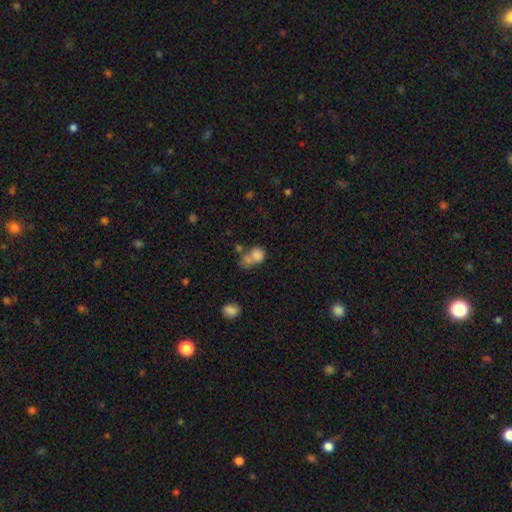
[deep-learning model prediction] Smooth or featured? Predicted: smooth (p=0.76). How rounded? Predicted: round (p=0.53). Merging? Predicted: merger (p=0.53).